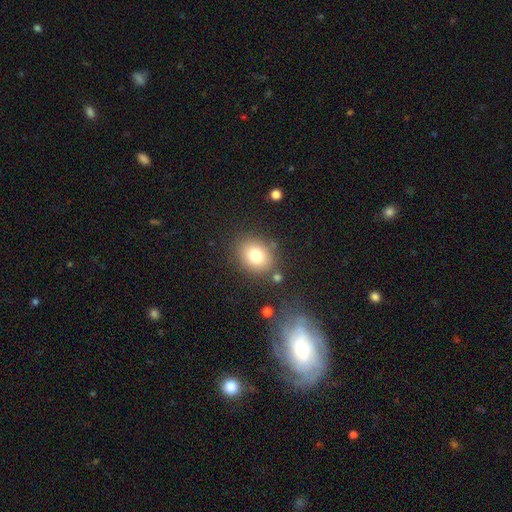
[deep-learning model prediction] The model was most divided on "how rounded": round: 55%, in between: 44%, cigar-shaped: 1%. More confident: merging — none (80%); smooth or featured — smooth (78%).